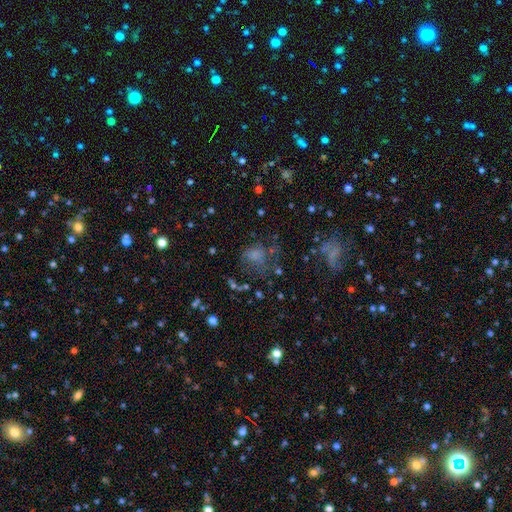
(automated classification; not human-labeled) Smooth or featured? Predicted: smooth (p=0.62). How rounded? Predicted: in between (p=0.52). Merging? Predicted: none (p=0.39).